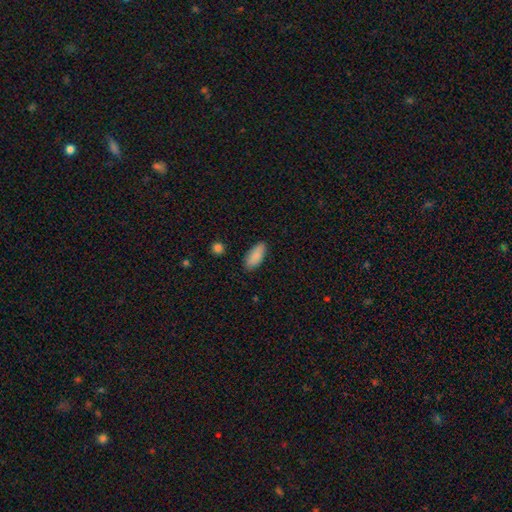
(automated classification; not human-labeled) This appears to be a smooth galaxy with no disk features (89%) that is in between round and cigar-shaped (86%). Merging: none (86%).